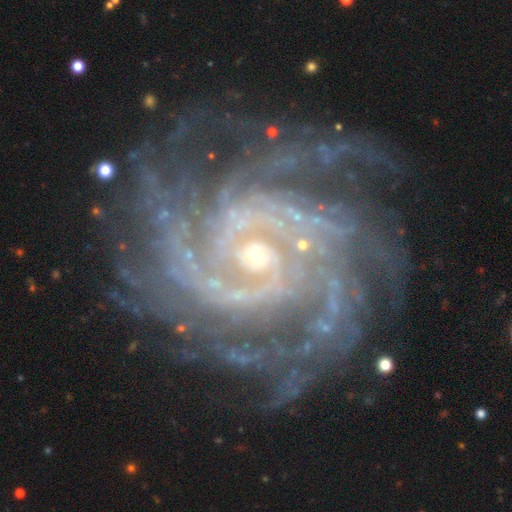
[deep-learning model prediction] Smooth or featured?
  - featured or disk: 92% *
  - star or artifact: 5%
  - smooth: 2%
Edge-on disk?
  - no: 98% *
  - yes: 2%
Bar?
  - no: 47% *
  - weak: 36%
  - strong: 17%
Spiral arms?
  - yes: 99% *
  - no: 1%
Spiral winding?
  - tight: 68% *
  - medium: 28%
  - loose: 4%
Spiral arm count?
  - 4: 21% *
  - more than 4: 20%
  - 3: 16%
  - can't tell: 16%
  - 2: 16%
  - 1: 10%
Bulge size?
  - small: 67% *
  - moderate: 28%
  - large: 2%
  - none: 2%
  - dominant: 1%
Merging?
  - none: 77% *
  - minor disturbance: 14%
  - major disturbance: 7%
  - merger: 2%